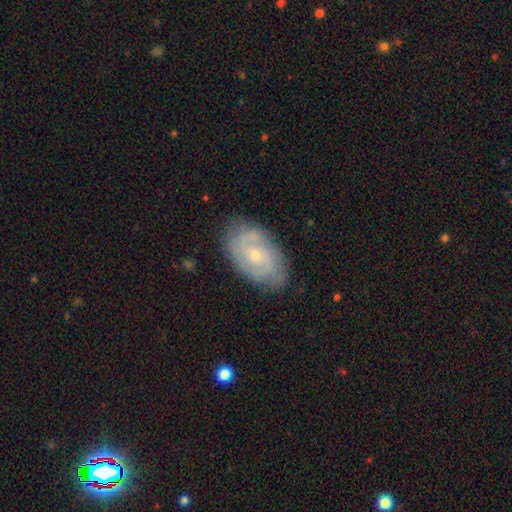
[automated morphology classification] smooth-or-featured: featured or disk: 79% | smooth: 15% | star or artifact: 6%
  disk-edge-on: no: 96% | yes: 4%
    bar: no: 67% | weak: 29% | strong: 4%
    has-spiral-arms: yes: 94% | no: 6%
      spiral-winding: tight: 57% | medium: 35% | loose: 8%
      spiral-arm-count: 2: 49% | can't tell: 25% | 3: 15% | 4: 4% | 1: 4% | more than 4: 3%
    bulge-size: small: 69% | moderate: 27% | none: 2% | large: 1% | dominant: 1%
  merging: none: 79% | minor disturbance: 16% | major disturbance: 4% | merger: 1%